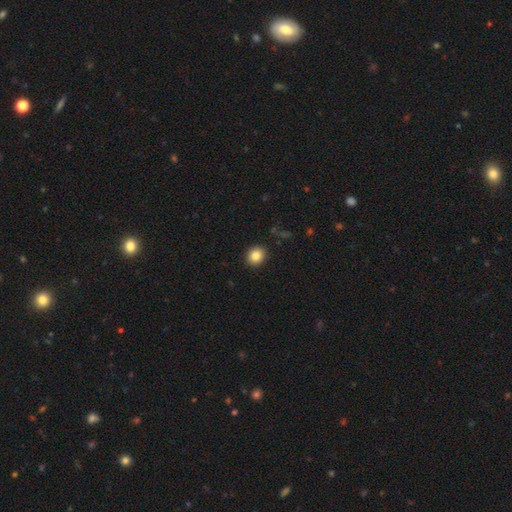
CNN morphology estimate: Smooth or featured: smooth — 85% (star or artifact — 10%)
How rounded: round — 78% (in between — 21%)
Merging: none — 91% (minor disturbance — 6%)